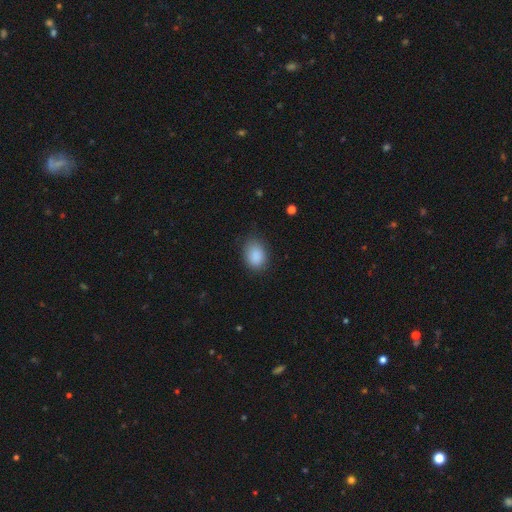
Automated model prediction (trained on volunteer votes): The model was most divided on "how rounded": in between: 70%, round: 29%, cigar-shaped: 1%. More confident: smooth or featured — smooth (88%); merging — none (79%).